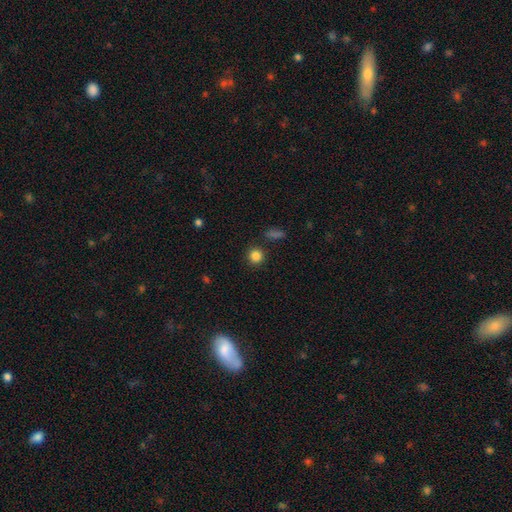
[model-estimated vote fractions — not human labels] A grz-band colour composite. It shows a smooth galaxy with no disk features (85%) that is round (92%). Merging: none (88%).